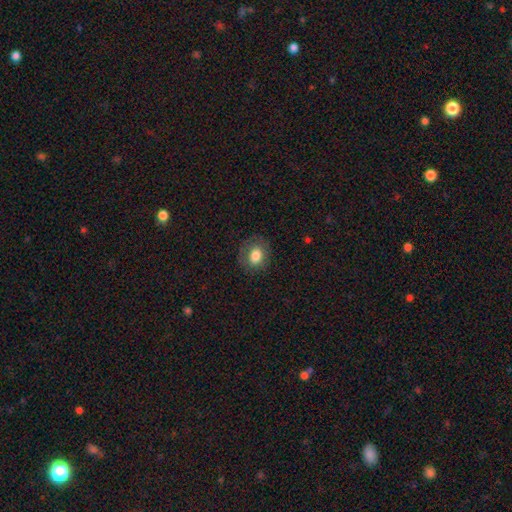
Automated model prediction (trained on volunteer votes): Q: Smooth or featured?
A: smooth (77%); runner-up: featured or disk (14%)
Q: How rounded?
A: round (54%); runner-up: in between (45%)
Q: Merging?
A: none (80%); runner-up: minor disturbance (14%)